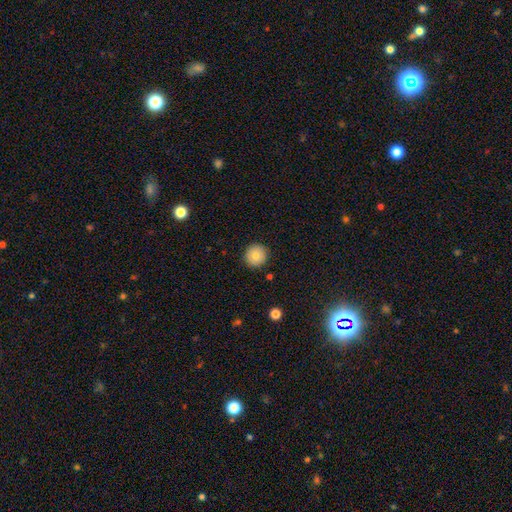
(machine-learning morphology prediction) smooth-or-featured: smooth: 81% | featured or disk: 10% | star or artifact: 9%
  how-rounded: round: 95% | in between: 4% | cigar-shaped: 1%
  merging: none: 91% | minor disturbance: 6% | major disturbance: 2% | merger: 1%